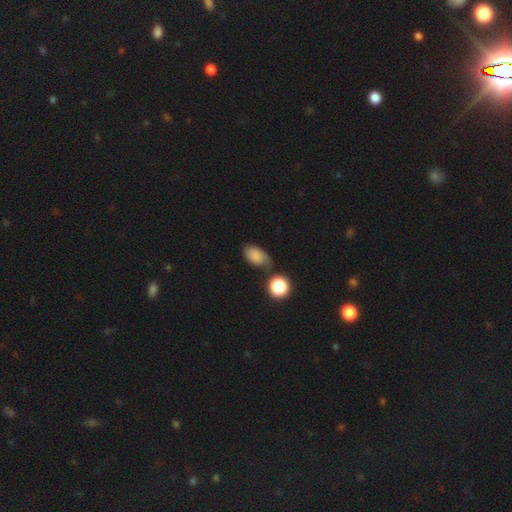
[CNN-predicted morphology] This appears to be a smooth galaxy with no disk features (81%) that is in between round and cigar-shaped (88%). Merging: none (55%).